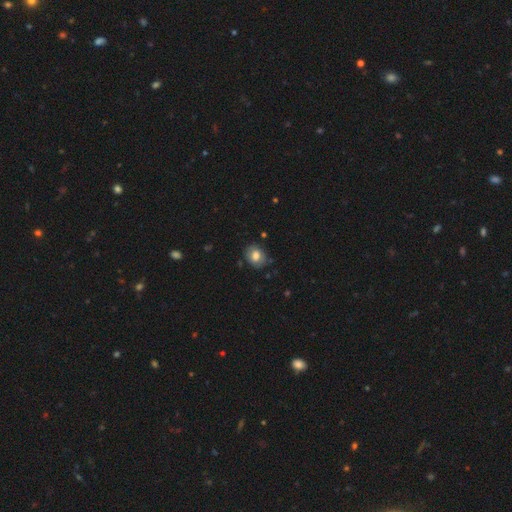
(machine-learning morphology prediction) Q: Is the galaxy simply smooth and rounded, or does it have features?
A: smooth — 75%.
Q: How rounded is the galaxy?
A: round — 54%.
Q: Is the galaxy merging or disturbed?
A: none — 77%.